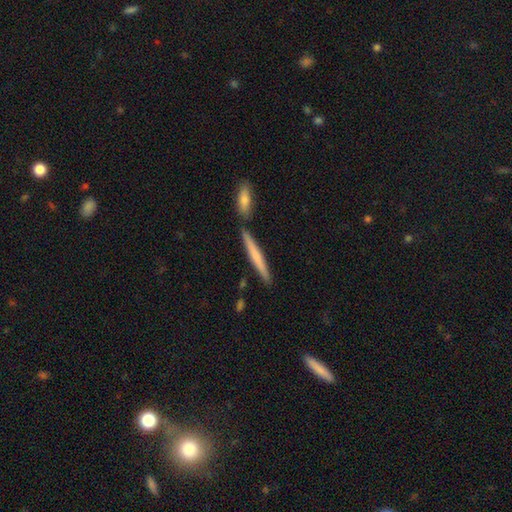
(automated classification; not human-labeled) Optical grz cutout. It shows a smooth galaxy with no disk features (60%) that is cigar-shaped (95%). Merging: none (81%).